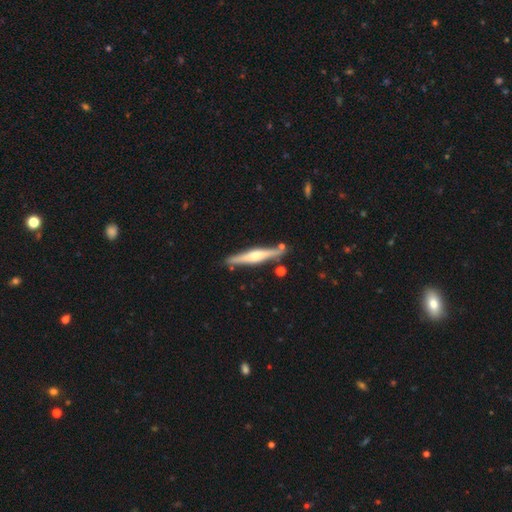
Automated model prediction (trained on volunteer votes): Smooth or featured?
  - featured or disk: 67% *
  - smooth: 28%
  - star or artifact: 5%
Edge-on disk?
  - yes: 97% *
  - no: 3%
Edge-on bulge?
  - rounded: 81% *
  - boxy: 12%
  - none: 7%
Merging?
  - none: 83% *
  - minor disturbance: 10%
  - merger: 5%
  - major disturbance: 2%